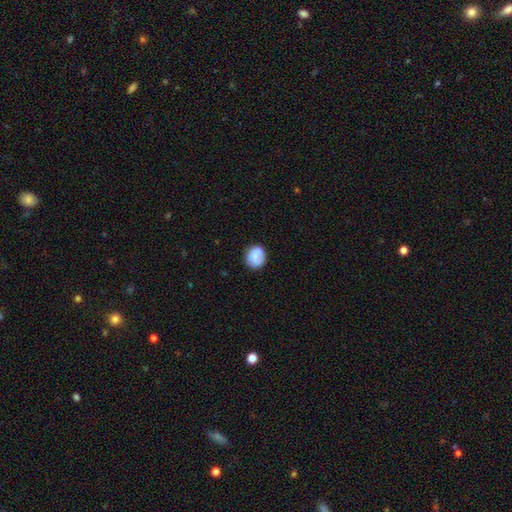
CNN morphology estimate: A smooth galaxy with no disk features (72%) that is round (75%). Merging: none (77%).